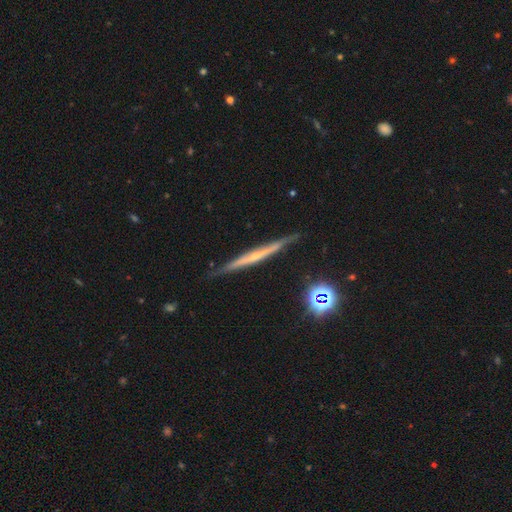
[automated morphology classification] smooth_or_featured: featured or disk (p=0.71) [alt: smooth p=0.20]
disk_edge_on: yes (p=0.96) [alt: no p=0.04]
edge_on_bulge: none (p=0.50) [alt: rounded p=0.44]
merging: none (p=0.85) [alt: minor disturbance p=0.12]